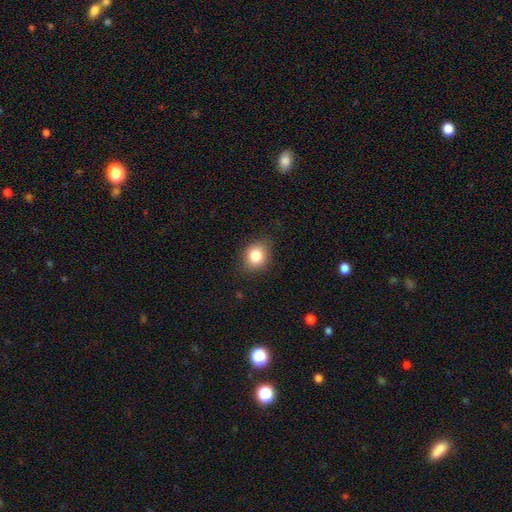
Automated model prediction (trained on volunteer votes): The model was most divided on "how rounded": round: 65%, in between: 34%, cigar-shaped: 1%. More confident: smooth or featured — smooth (83%); merging — none (82%).